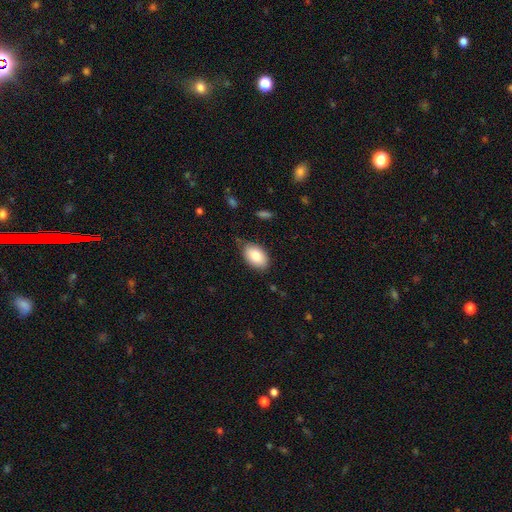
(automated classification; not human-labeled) The model was most divided on "merging": none: 80%, minor disturbance: 16%, major disturbance: 3%, merger: 1%. More confident: how rounded — in between (92%); smooth or featured — smooth (84%).